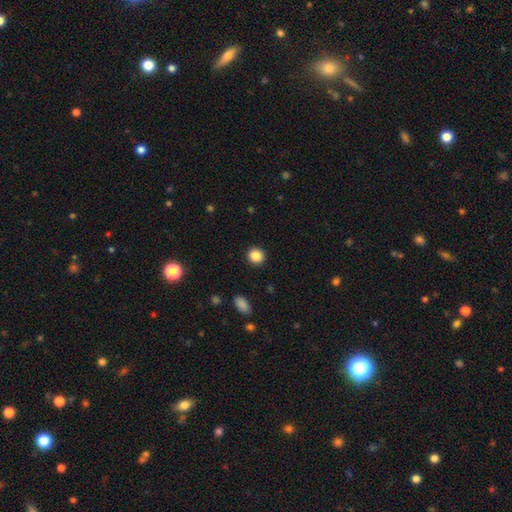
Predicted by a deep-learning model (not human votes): Morphology: type=smooth (86%); roundness=round (86%); merging=none (92%).